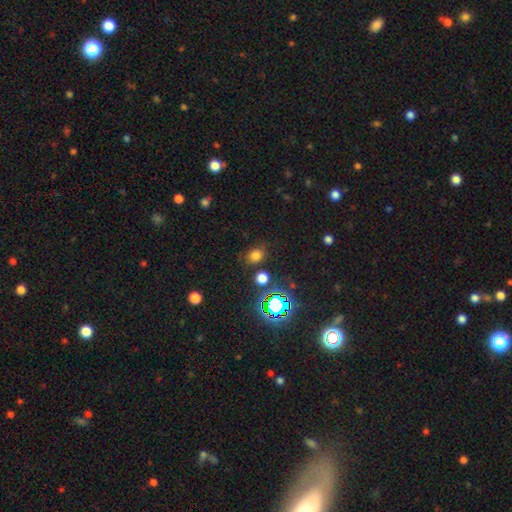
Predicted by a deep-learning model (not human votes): Smooth or featured? Predicted: smooth (p=0.69). How rounded? Predicted: round (p=0.56). Merging? Predicted: none (p=0.76).